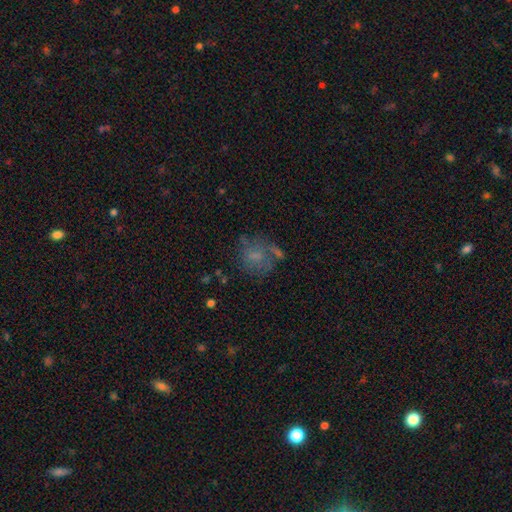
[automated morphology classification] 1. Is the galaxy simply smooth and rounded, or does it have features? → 50% smooth, 35% featured or disk, 15% star or artifact.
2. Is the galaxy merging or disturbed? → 49% none, 20% minor disturbance, 20% major disturbance, 10% merger.